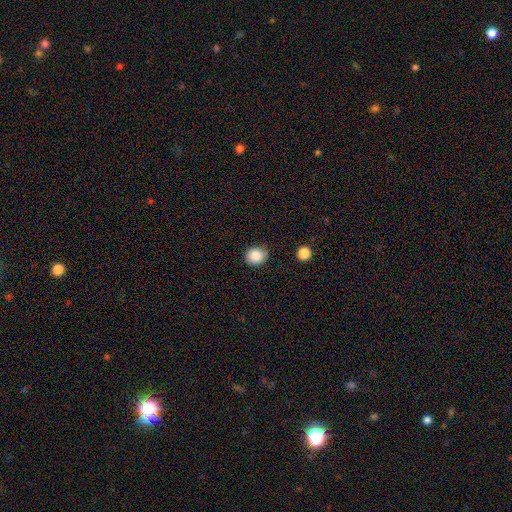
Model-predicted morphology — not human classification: This is clearly a smooth galaxy (86%). How rounded: likely round (78%). Merging: clearly none (80%).